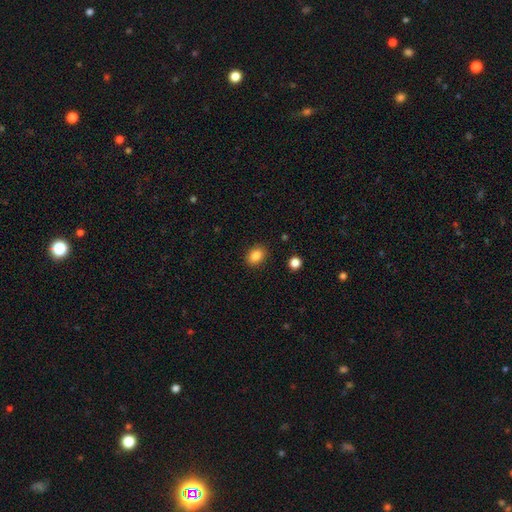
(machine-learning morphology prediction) This appears to be a smooth galaxy with no disk features (86%) that is in between round and cigar-shaped (64%). Merging: none (88%).